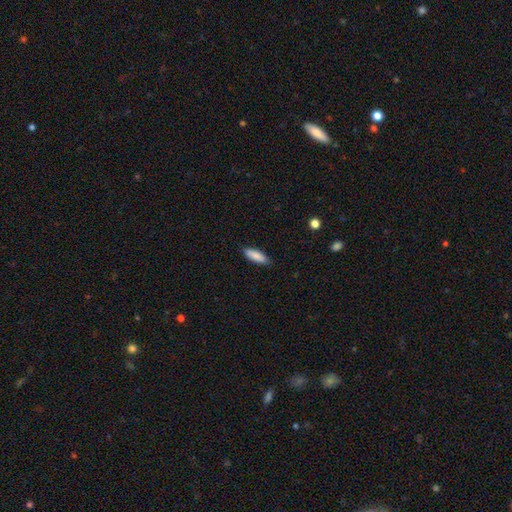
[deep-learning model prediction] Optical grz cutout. It shows a smooth galaxy with no disk features (87%) that is in between round and cigar-shaped (50%). Merging: none (88%).